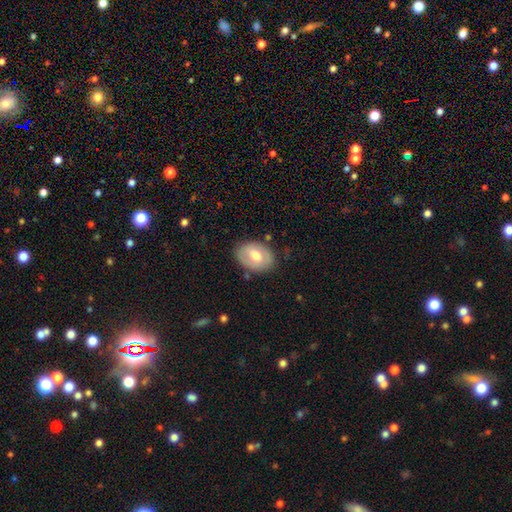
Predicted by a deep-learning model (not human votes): smooth 57%, featured or disk 38%, star or artifact 6%. Down the decision tree: how rounded — in between (75%); merging — none (79%).